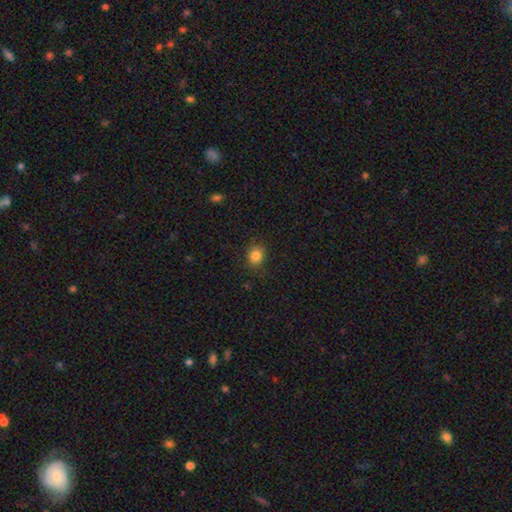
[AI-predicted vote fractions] Smooth or featured?
  - smooth: 84% *
  - star or artifact: 11%
  - featured or disk: 5%
How rounded?
  - round: 69% *
  - in between: 30%
  - cigar-shaped: 1%
Merging?
  - none: 84% *
  - minor disturbance: 12%
  - major disturbance: 3%
  - merger: 1%